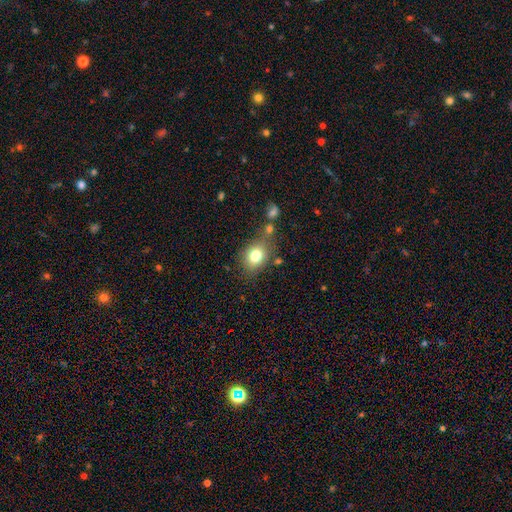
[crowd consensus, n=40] smooth_or_featured: smooth (p=0.78) [alt: featured or disk p=0.15]
how_rounded: in between (p=0.74) [alt: round p=0.26]
merging: none (p=0.65) [alt: minor disturbance p=0.22]